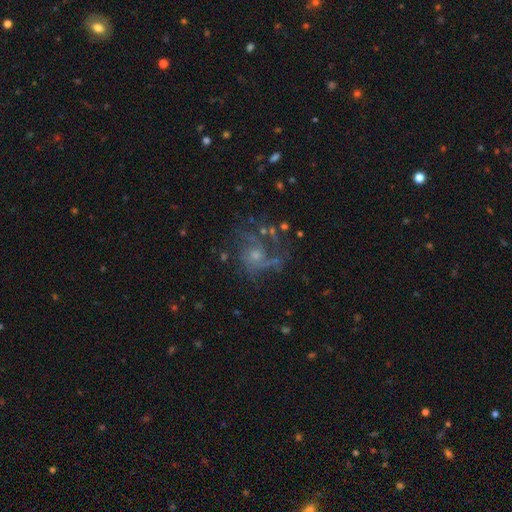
Smooth or featured?
  - featured or disk: 67% *
  - smooth: 26%
  - star or artifact: 8%
Edge-on disk?
  - no: 96% *
  - yes: 4%
Bar?
  - no: 76% *
  - weak: 24%
  - strong: 0%
Spiral arms?
  - yes: 96% *
  - no: 4%
Spiral winding?
  - loose: 42% *
  - tight: 33%
  - medium: 25%
Spiral arm count?
  - 2: 42% * (tied)
  - 3: 42% * (tied)
  - can't tell: 12%
  - 1: 4%
  - 4: 0%
  - more than 4: 0%
Bulge size?
  - moderate: 52% *
  - small: 44%
  - large: 4%
  - dominant: 0%
  - none: 0%
Merging?
  - none: 50% *
  - major disturbance: 25%
  - minor disturbance: 17%
  - merger: 8%